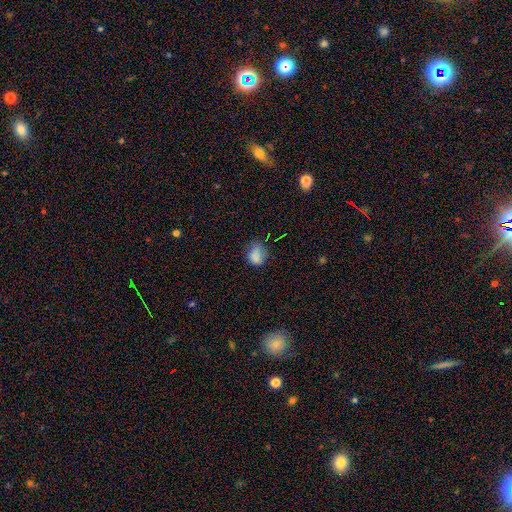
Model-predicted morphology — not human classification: This is clearly a smooth galaxy (82%). How rounded: possibly round (53%). Merging: possibly none (59%).